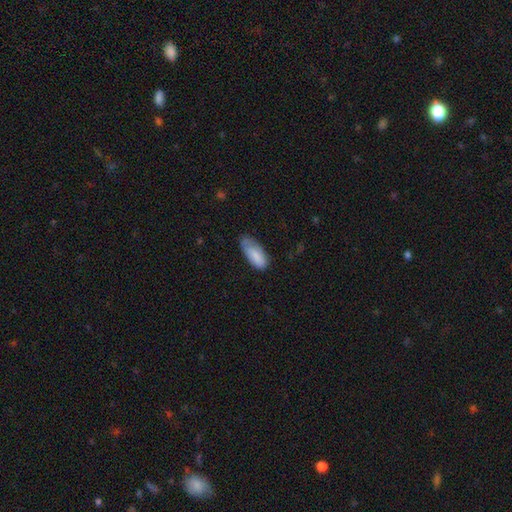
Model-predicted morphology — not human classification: Smooth or featured? Predicted: smooth (p=0.82). How rounded? Predicted: in between (p=0.86). Merging? Predicted: none (p=0.47).